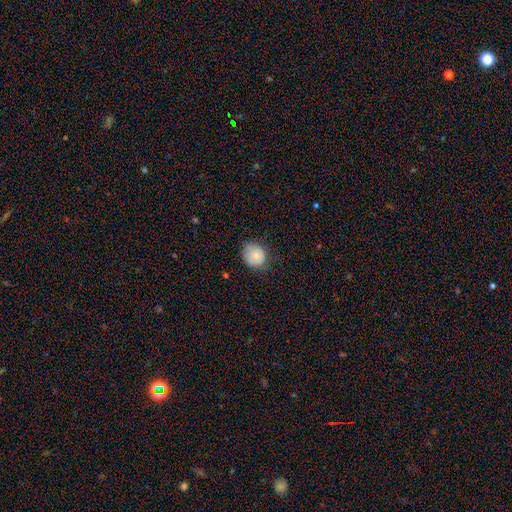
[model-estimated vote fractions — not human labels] Overall: smooth (76%). How rounded: round (76%). Merging: none (65%; minor disturbance 27%).